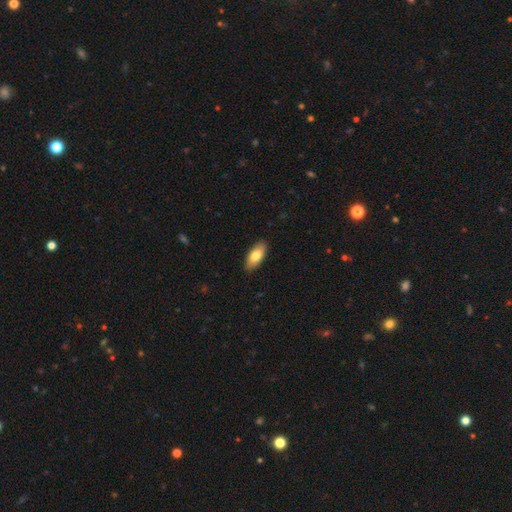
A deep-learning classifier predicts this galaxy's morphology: Smooth or featured?
  - smooth: 79% *
  - featured or disk: 15%
  - star or artifact: 6%
How rounded?
  - in between: 86% *
  - cigar-shaped: 12%
  - round: 2%
Merging?
  - none: 89% *
  - minor disturbance: 9%
  - major disturbance: 2%
  - merger: 1%